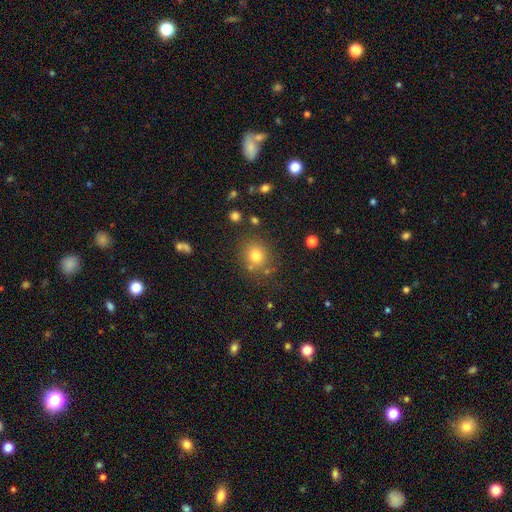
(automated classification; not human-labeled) This is likely a smooth galaxy (77%). How rounded: clearly round (83%). Merging: likely none (77%).